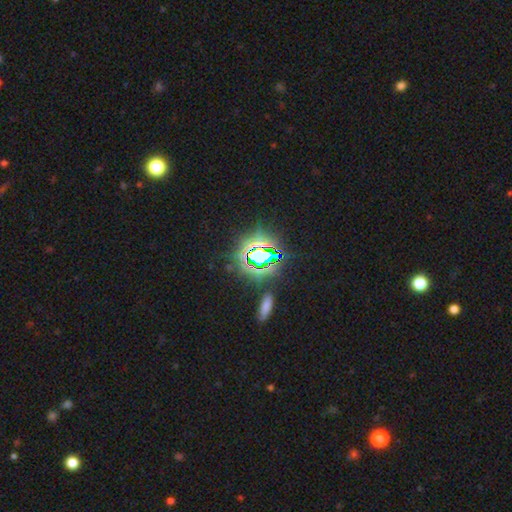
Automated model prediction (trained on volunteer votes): Overall: star or artifact (74%).